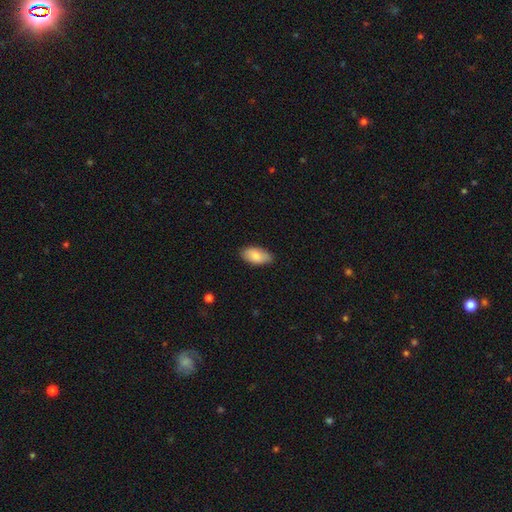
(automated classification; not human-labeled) Smooth or featured: smooth — 83% (featured or disk — 10%)
How rounded: in between — 94% (cigar-shaped — 4%)
Merging: none — 84% (minor disturbance — 13%)